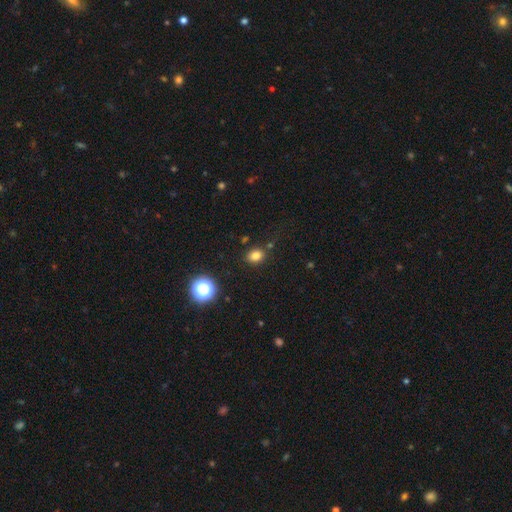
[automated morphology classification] Smooth or featured: smooth — 79% (star or artifact — 15%)
How rounded: in between — 50% (round — 49%)
Merging: none — 83% (minor disturbance — 11%)